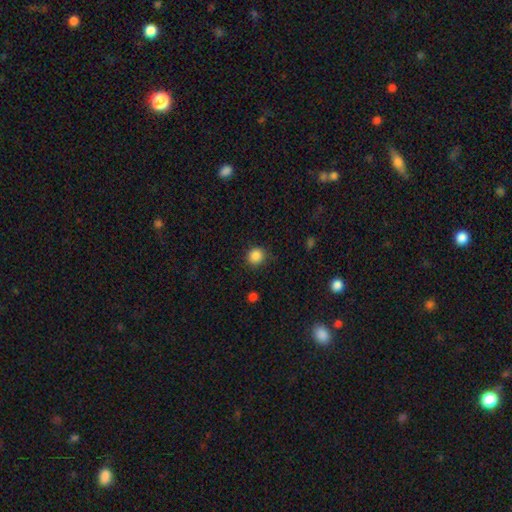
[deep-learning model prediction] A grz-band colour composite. It shows a smooth galaxy with no disk features (86%) that is round (90%). Merging: none (85%).